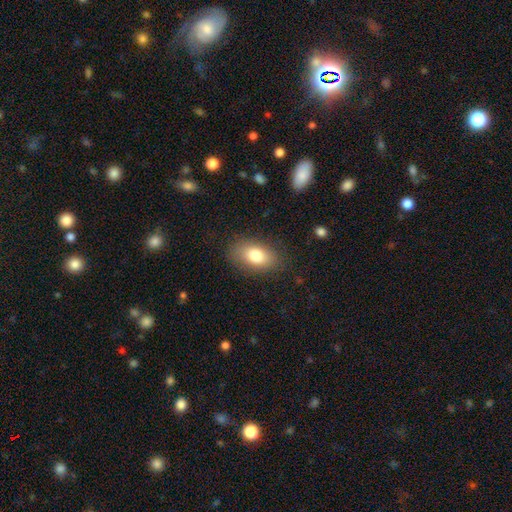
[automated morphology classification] A smooth galaxy with no disk features (80%) that is in between round and cigar-shaped (89%). Merging: none (83%).